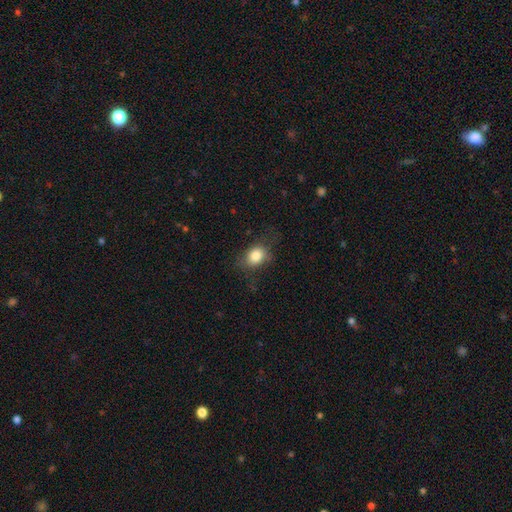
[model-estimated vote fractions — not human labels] Morphology: type=smooth (81%); roundness=in between (54%); merging=none (63%).